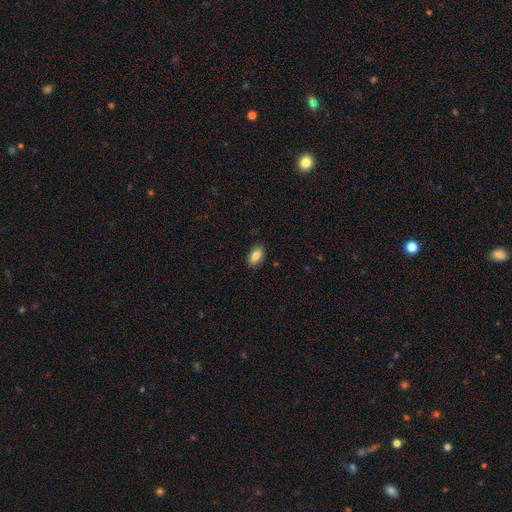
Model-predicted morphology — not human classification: smooth 85%, featured or disk 8%, star or artifact 7%. Down the decision tree: how rounded — in between (90%); merging — none (86%).